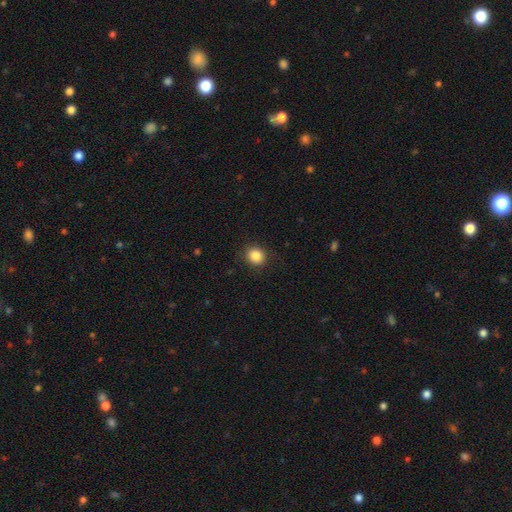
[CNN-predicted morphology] Smooth or featured? Predicted: smooth (p=0.86). How rounded? Predicted: round (p=0.77). Merging? Predicted: none (p=0.88).